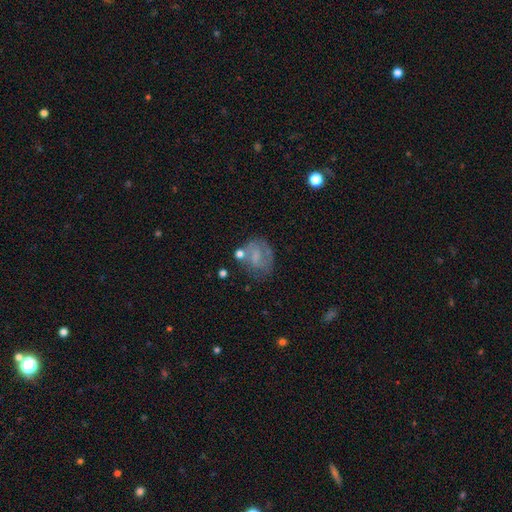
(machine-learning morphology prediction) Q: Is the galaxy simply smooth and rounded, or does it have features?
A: smooth — 45%.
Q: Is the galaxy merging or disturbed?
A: none — 51%.